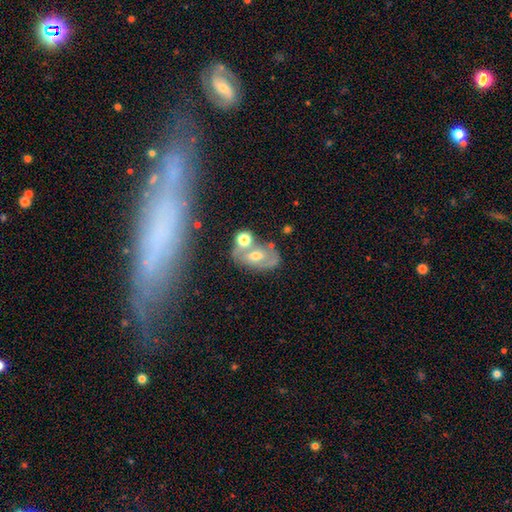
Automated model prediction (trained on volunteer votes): smooth-or-featured: featured or disk: 55% | smooth: 34% | star or artifact: 11%
  disk-edge-on: no: 92% | yes: 8%
    bar: no: 56% | weak: 30% | strong: 14%
    has-spiral-arms: yes: 53% | no: 47%
    bulge-size: moderate: 69% | small: 17% | large: 10% | none: 3% | dominant: 2%
  merging: none: 44% | merger: 30% | minor disturbance: 17% | major disturbance: 9%